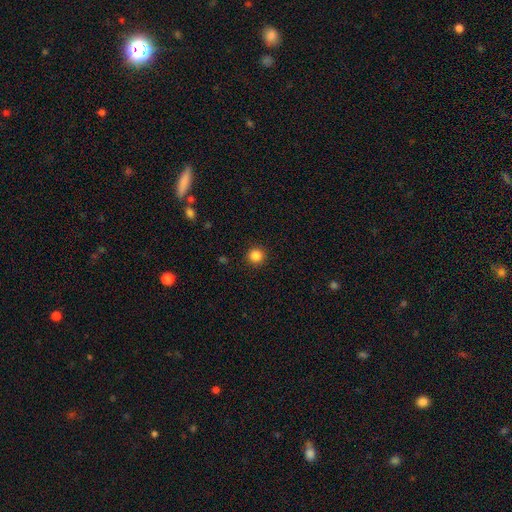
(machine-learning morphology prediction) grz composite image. It shows a smooth galaxy with no disk features (85%) that is round (95%). Merging: none (92%).